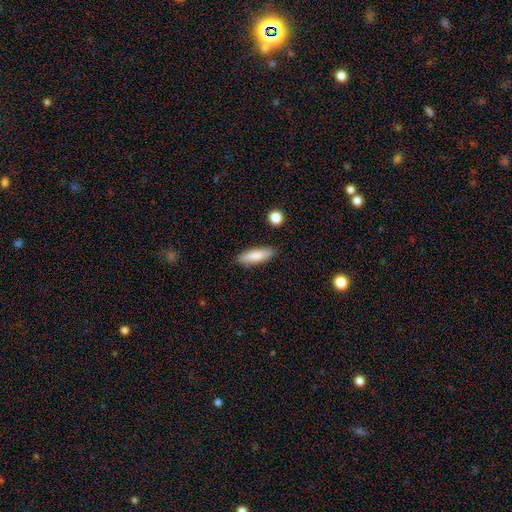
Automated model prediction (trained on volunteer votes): Smooth or featured?
  - smooth: 82% *
  - featured or disk: 12%
  - star or artifact: 6%
How rounded?
  - cigar-shaped: 56% *
  - in between: 42%
  - round: 2%
Merging?
  - none: 87% *
  - minor disturbance: 9%
  - major disturbance: 2%
  - merger: 2%